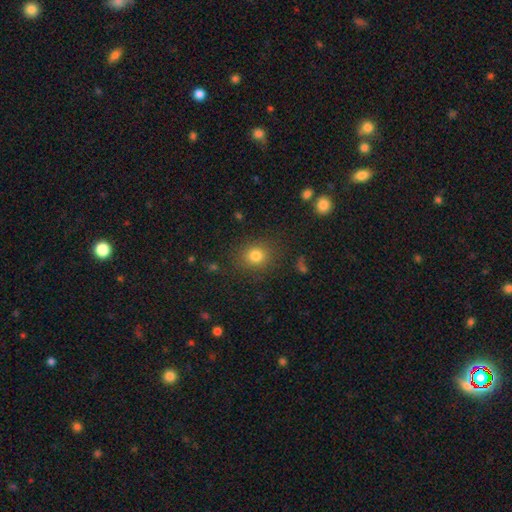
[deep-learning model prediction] smooth_or_featured: smooth (p=0.80) [alt: star or artifact p=0.13]
how_rounded: round (p=0.79) [alt: in between p=0.20]
merging: none (p=0.85) [alt: minor disturbance p=0.09]